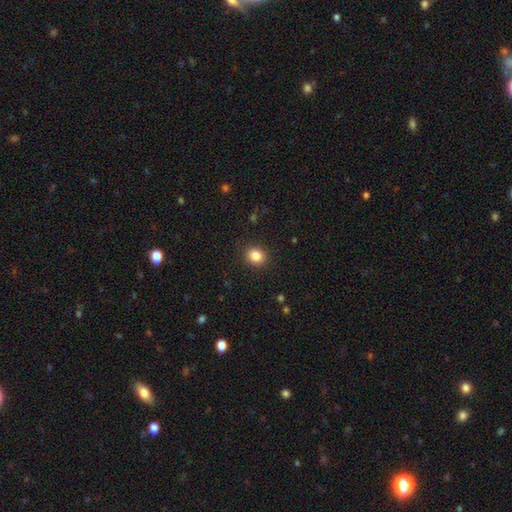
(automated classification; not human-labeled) Morphology: type=smooth (84%); roundness=round (74%); merging=none (90%).